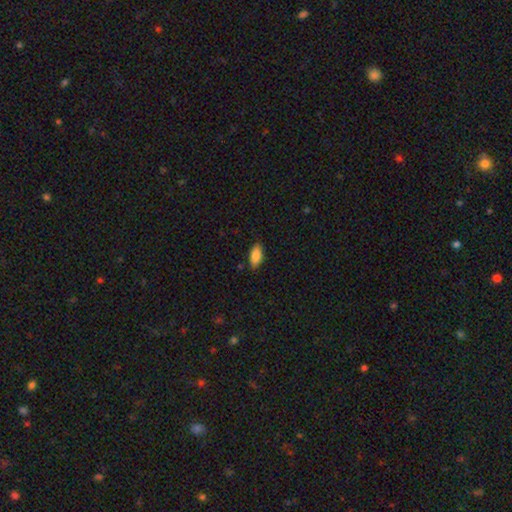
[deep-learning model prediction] Q: Smooth or featured?
A: smooth (85%); runner-up: featured or disk (9%)
Q: How rounded?
A: in between (88%); runner-up: cigar-shaped (9%)
Q: Merging?
A: none (85%); runner-up: minor disturbance (12%)